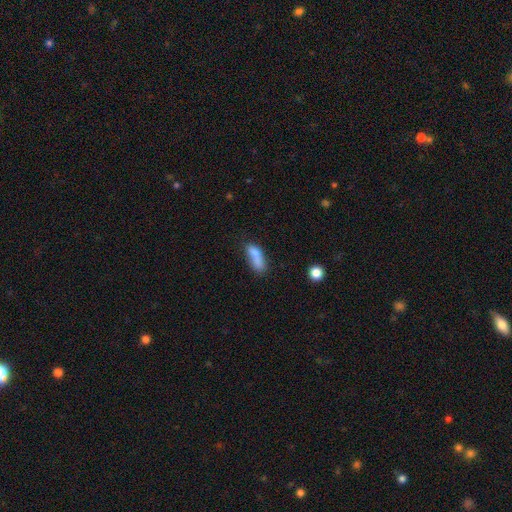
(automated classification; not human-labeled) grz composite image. It shows a smooth galaxy with no disk features (77%) that is in between round and cigar-shaped (61%). Merging: none (43%).